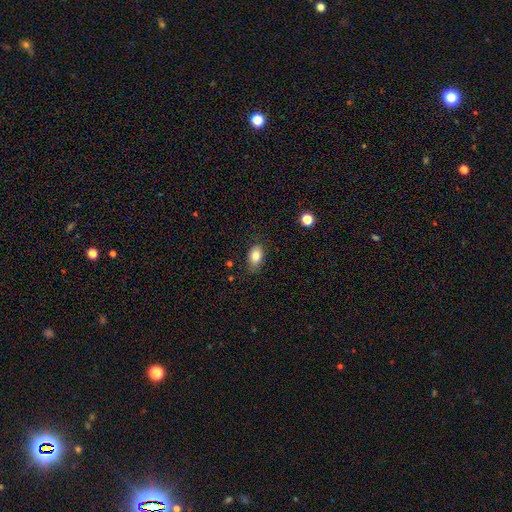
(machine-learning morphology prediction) smooth_or_featured: smooth (p=0.84) [alt: star or artifact p=0.08]
how_rounded: in between (p=0.87) [alt: round p=0.12]
merging: none (p=0.80) [alt: minor disturbance p=0.15]